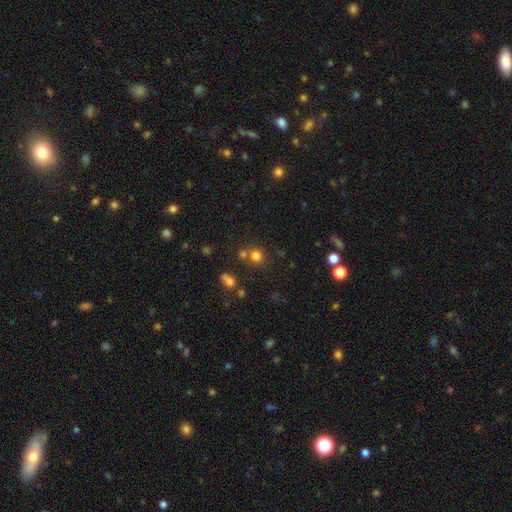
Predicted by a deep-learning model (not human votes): A smooth galaxy with no disk features (75%) that is round (86%).

Vote fractions:
- Smooth or featured? smooth: 75% / star or artifact: 18% / featured or disk: 7%
- How rounded? round: 86% / in between: 13% / cigar-shaped: 1%
- Merging? none: 67% / merger: 22% / minor disturbance: 8% / major disturbance: 3%